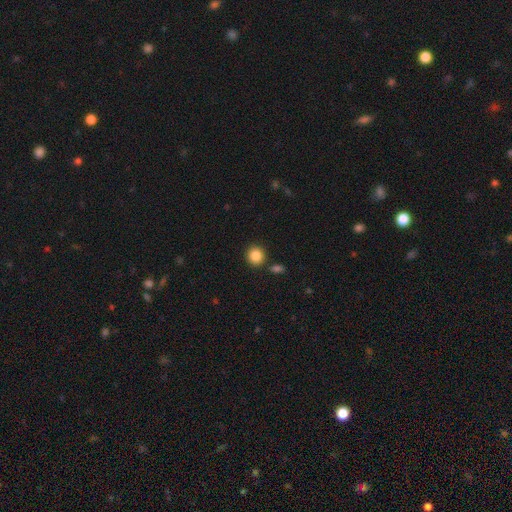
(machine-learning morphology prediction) A smooth galaxy with no disk features (87%) that is round (89%). Merging: none (85%).